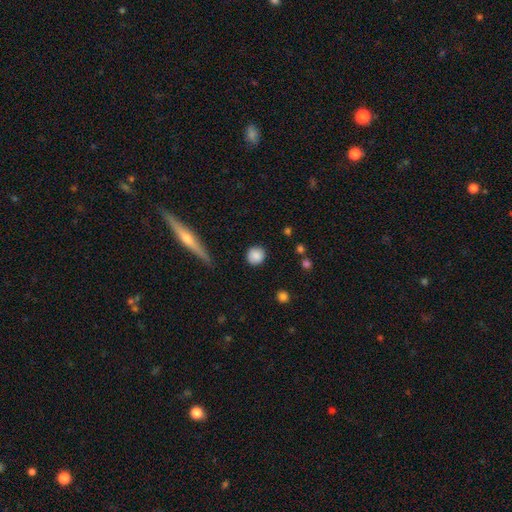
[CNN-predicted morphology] A smooth galaxy with no disk features (86%) that is round (90%).

Vote fractions:
- Smooth or featured? smooth: 86% / star or artifact: 8% / featured or disk: 6%
- How rounded? round: 90% / in between: 9% / cigar-shaped: 2%
- Merging? none: 87% / minor disturbance: 9% / major disturbance: 3% / merger: 2%